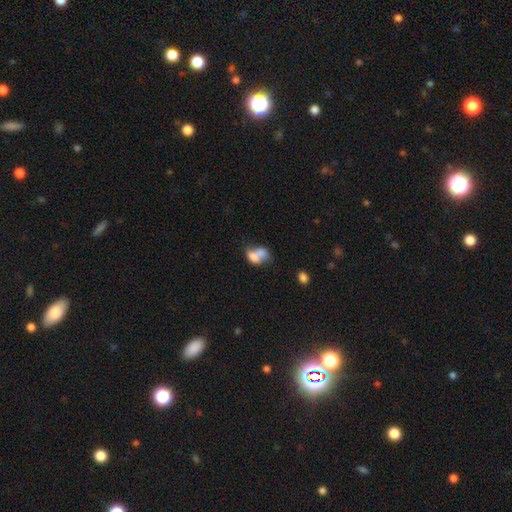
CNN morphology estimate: Smooth or featured?
  - smooth: 67% *
  - featured or disk: 23%
  - star or artifact: 10%
How rounded?
  - in between: 74% *
  - round: 24%
  - cigar-shaped: 2%
Merging?
  - merger: 61% *
  - none: 18%
  - minor disturbance: 11%
  - major disturbance: 10%